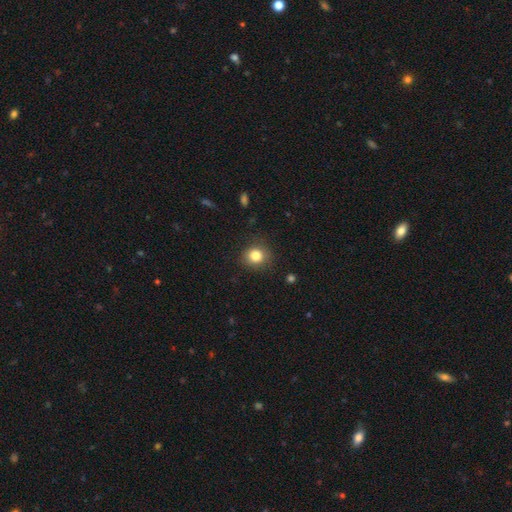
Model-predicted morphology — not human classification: Overall: smooth (82%). How rounded: round (87%). Merging: none (85%).